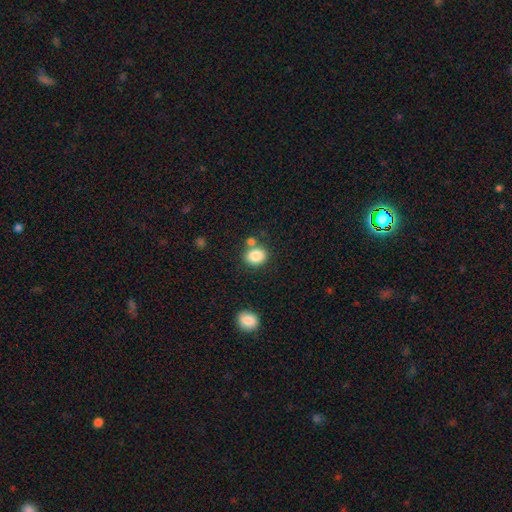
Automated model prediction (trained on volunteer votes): Morphology: type=smooth (85%); roundness=round (57%); merging=none (66%).